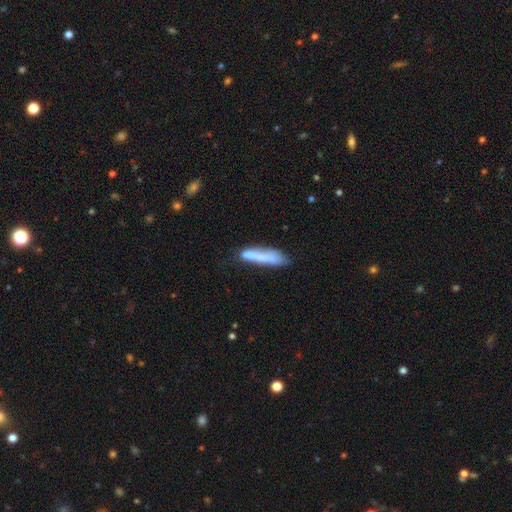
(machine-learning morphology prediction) type=smooth (70%); roundness=cigar-shaped (86%); merging=none (58%).